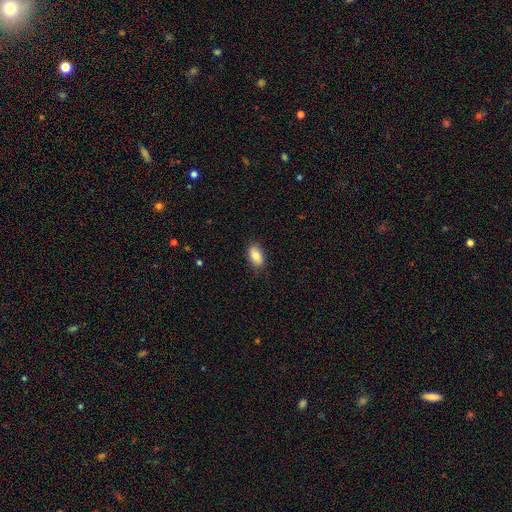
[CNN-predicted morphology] smooth 83%, featured or disk 10%, star or artifact 7%. Down the decision tree: how rounded — in between (91%); merging — none (83%).